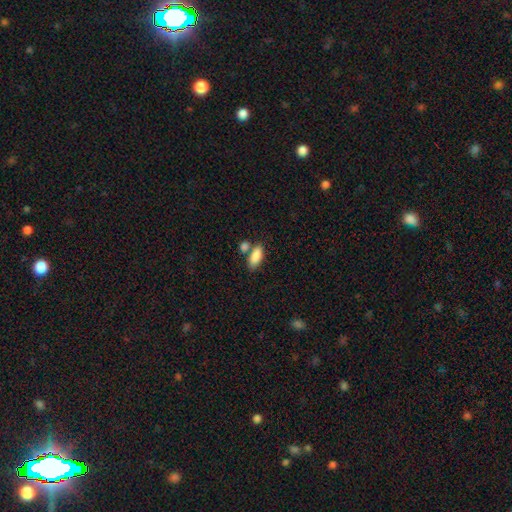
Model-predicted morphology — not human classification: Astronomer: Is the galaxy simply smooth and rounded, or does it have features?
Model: smooth — 87%.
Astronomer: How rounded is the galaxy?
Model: in between — 86%.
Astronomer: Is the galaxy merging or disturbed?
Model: none — 57%.